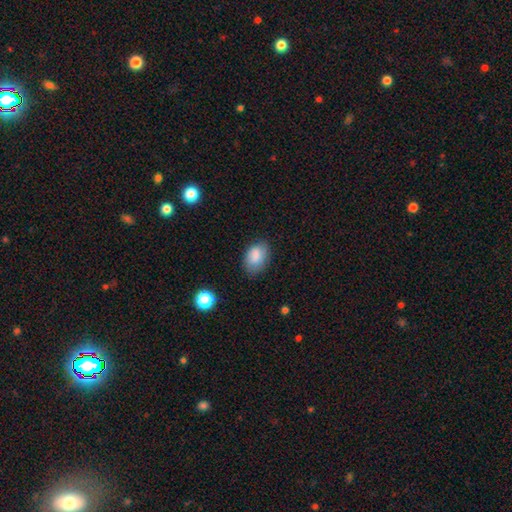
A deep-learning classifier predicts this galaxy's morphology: A smooth galaxy with no disk features (86%) that is in between round and cigar-shaped (87%).

Vote fractions:
- Smooth or featured? smooth: 86% / star or artifact: 8% / featured or disk: 6%
- How rounded? in between: 87% / round: 12% / cigar-shaped: 1%
- Merging? none: 76% / minor disturbance: 19% / major disturbance: 4% / merger: 1%